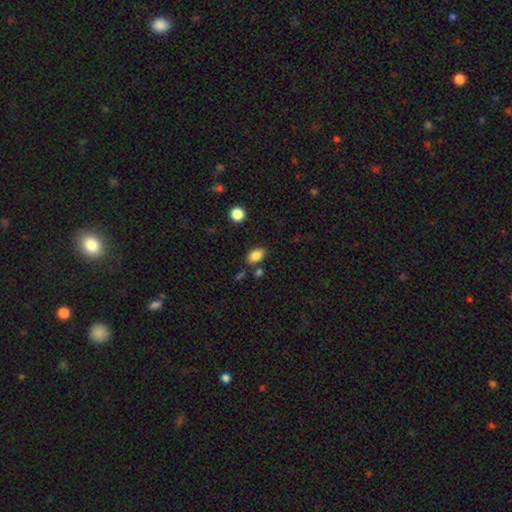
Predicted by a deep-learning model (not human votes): A smooth galaxy with no disk features (86%) that is in between round and cigar-shaped (84%).

Vote fractions:
- Smooth or featured? smooth: 86% / star or artifact: 9% / featured or disk: 5%
- How rounded? in between: 84% / round: 15% / cigar-shaped: 1%
- Merging? none: 76% / minor disturbance: 13% / merger: 8% / major disturbance: 3%